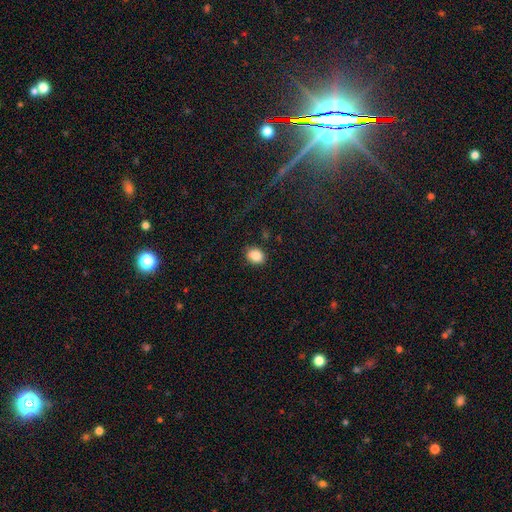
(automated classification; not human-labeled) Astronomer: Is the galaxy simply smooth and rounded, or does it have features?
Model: smooth — 87%.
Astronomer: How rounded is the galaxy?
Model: in between — 54% (runner-up: round, 45%).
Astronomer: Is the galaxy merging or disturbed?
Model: none — 83%.